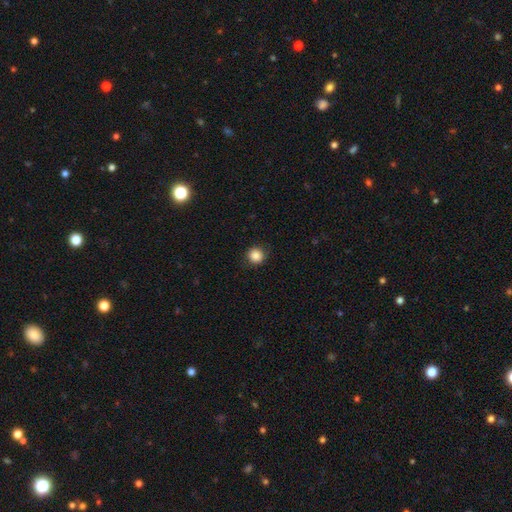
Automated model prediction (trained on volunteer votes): The model was most divided on "merging": none: 86%, minor disturbance: 10%, major disturbance: 3%, merger: 1%. More confident: how rounded — round (93%); smooth or featured — smooth (87%).